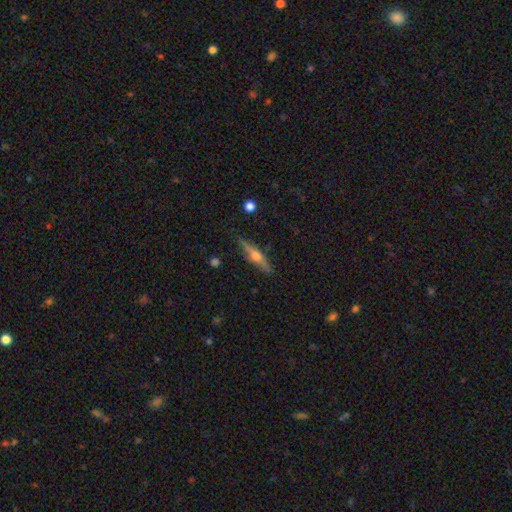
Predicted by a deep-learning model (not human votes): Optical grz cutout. It shows a featured or disk galaxy (67%) viewed edge-on (96%) with a rounded central bulge (91%). Merging: none (84%).